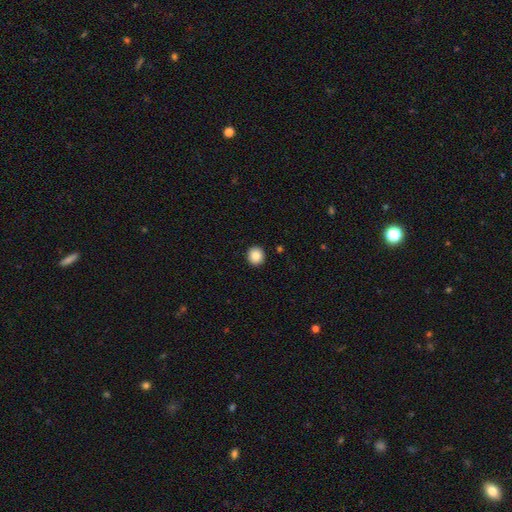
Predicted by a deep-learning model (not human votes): smooth-or-featured: smooth: 87% | star or artifact: 9% | featured or disk: 4%
  how-rounded: round: 90% | in between: 9% | cigar-shaped: 1%
  merging: none: 93% | minor disturbance: 5% | major disturbance: 2% | merger: 1%